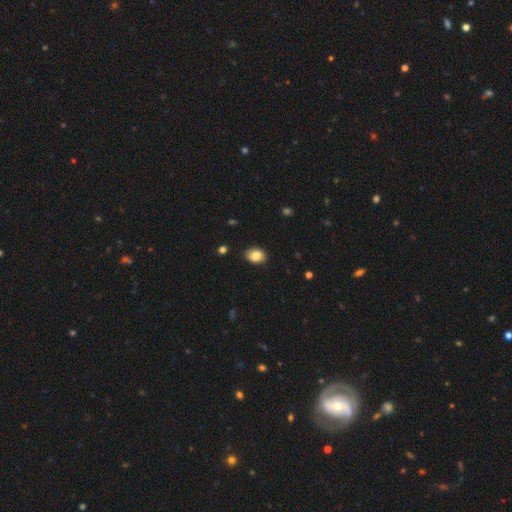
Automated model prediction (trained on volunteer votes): smooth_or_featured: smooth (p=0.83) [alt: featured or disk p=0.09]
how_rounded: in between (p=0.72) [alt: round p=0.27]
merging: none (p=0.85) [alt: minor disturbance p=0.12]